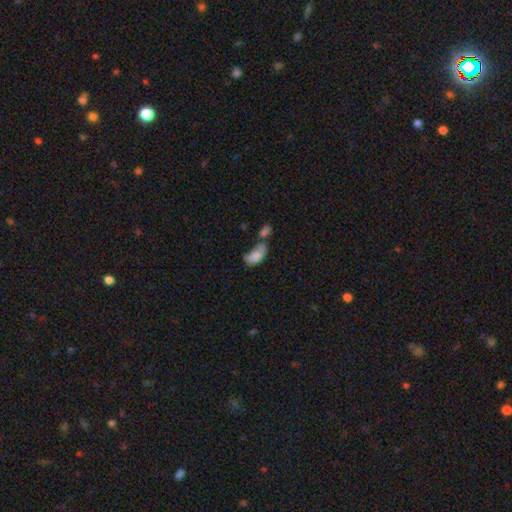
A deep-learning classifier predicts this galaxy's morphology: smooth 78%, featured or disk 13%, star or artifact 9%. Down the decision tree: how rounded — in between (93%); merging — merger (46%).